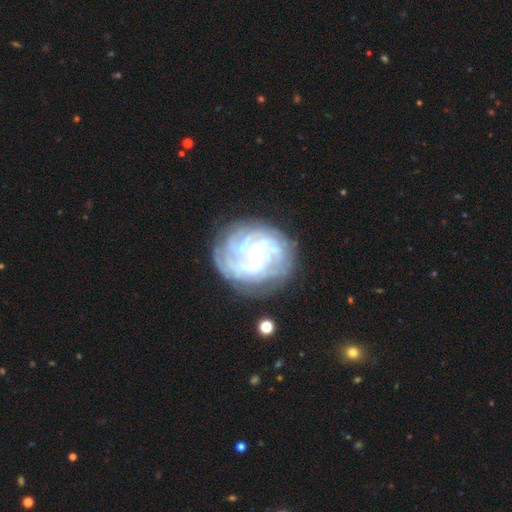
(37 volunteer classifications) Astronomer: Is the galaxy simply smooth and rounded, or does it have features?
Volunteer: featured or disk — 97%.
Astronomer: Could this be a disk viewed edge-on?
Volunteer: no — 94%.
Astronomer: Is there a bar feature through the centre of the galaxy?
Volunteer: no — 65%.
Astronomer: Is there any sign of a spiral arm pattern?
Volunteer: yes — 97%.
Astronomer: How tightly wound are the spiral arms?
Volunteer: tight — 85%.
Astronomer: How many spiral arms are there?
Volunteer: can't tell — 39% (runner-up: more than 4, 30%).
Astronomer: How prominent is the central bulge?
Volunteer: small — 76%.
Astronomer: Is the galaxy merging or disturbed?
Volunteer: none — 84%.